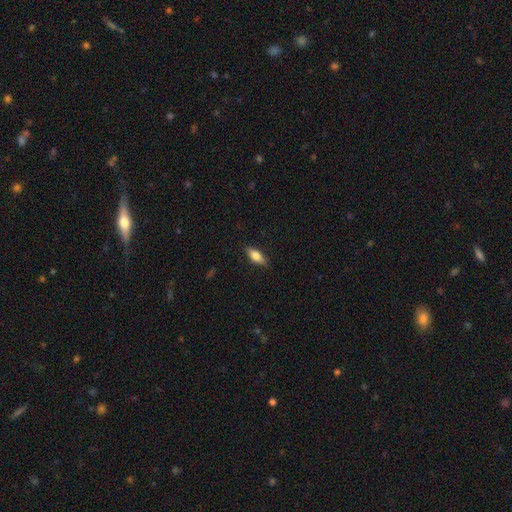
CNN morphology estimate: smooth_or_featured: smooth (p=0.65) [alt: featured or disk p=0.28]
how_rounded: in between (p=0.71) [alt: cigar-shaped p=0.25]
merging: none (p=0.86) [alt: minor disturbance p=0.11]